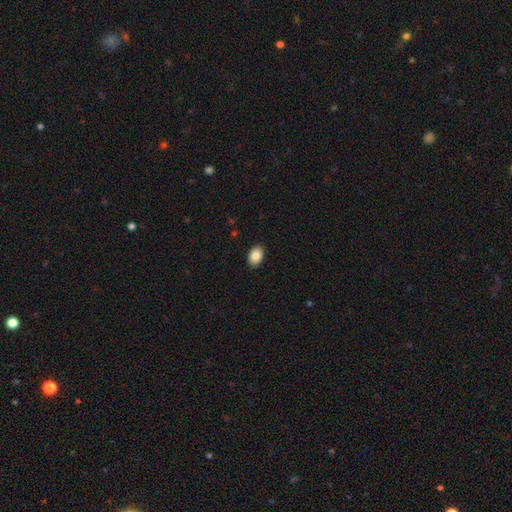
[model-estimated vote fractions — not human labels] smooth-or-featured: smooth: 88% | star or artifact: 7% | featured or disk: 5%
  how-rounded: in between: 85% | round: 14% | cigar-shaped: 1%
  merging: none: 90% | minor disturbance: 7% | major disturbance: 2% | merger: 1%